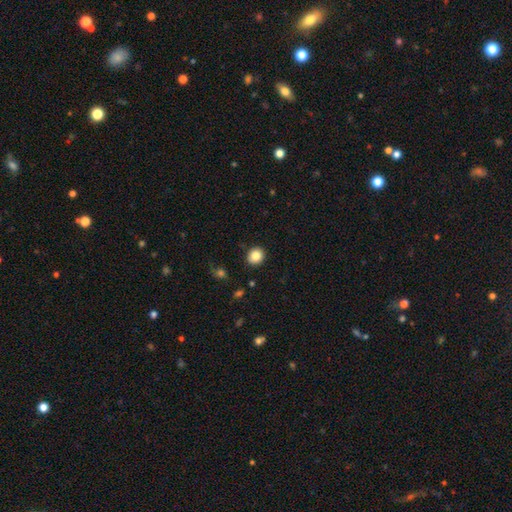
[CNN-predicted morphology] A smooth galaxy with no disk features (84%) that is round (81%).

Vote fractions:
- Smooth or featured? smooth: 84% / star or artifact: 10% / featured or disk: 6%
- How rounded? round: 81% / in between: 18% / cigar-shaped: 1%
- Merging? none: 90% / minor disturbance: 7% / major disturbance: 2% / merger: 1%